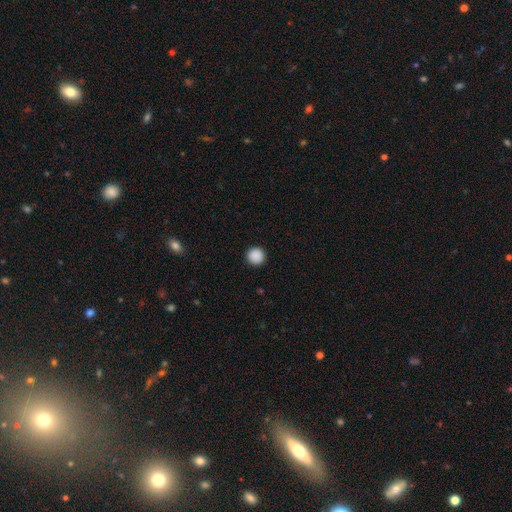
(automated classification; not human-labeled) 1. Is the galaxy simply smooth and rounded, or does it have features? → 89% smooth, 9% star or artifact, 2% featured or disk.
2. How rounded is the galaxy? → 96% round, 3% in between, 1% cigar-shaped.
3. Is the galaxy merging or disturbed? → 93% none, 4% minor disturbance, 2% major disturbance, 1% merger.